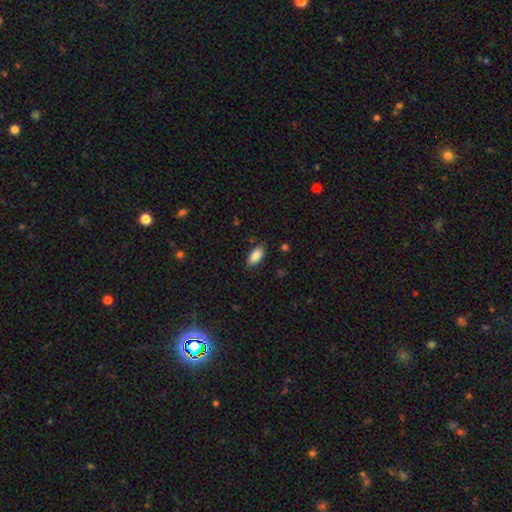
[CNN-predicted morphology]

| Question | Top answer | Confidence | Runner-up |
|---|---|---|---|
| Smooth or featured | smooth | 87% | star or artifact (7%) |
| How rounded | in between | 90% | cigar-shaped (8%) |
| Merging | none | 85% | minor disturbance (12%) |